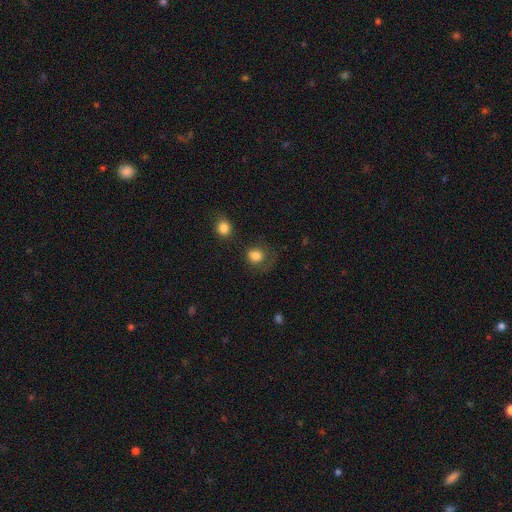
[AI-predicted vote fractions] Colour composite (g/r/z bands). It shows a smooth galaxy with no disk features (82%) that is round (71%). Merging: none (49%).